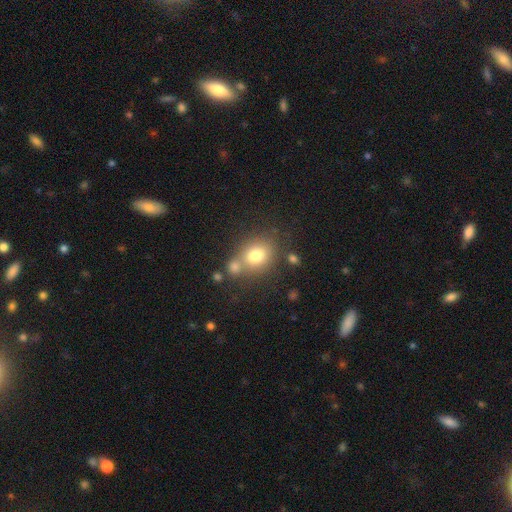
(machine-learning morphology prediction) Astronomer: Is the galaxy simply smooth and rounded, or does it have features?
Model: smooth — 76%.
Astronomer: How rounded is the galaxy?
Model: round — 61% (runner-up: in between, 38%).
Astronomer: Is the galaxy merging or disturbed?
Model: none — 55%.